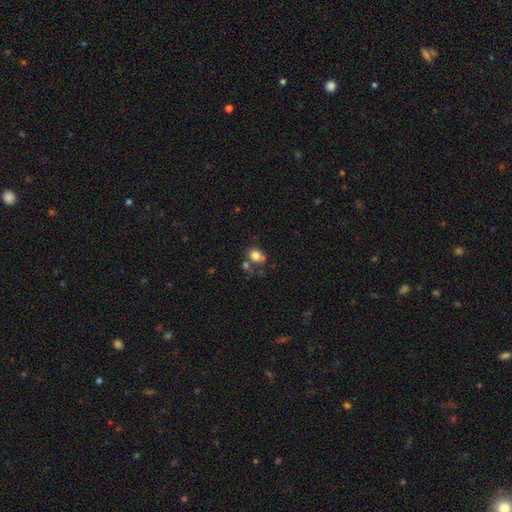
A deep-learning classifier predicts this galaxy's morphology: The model was most divided on "how rounded": round: 55%, in between: 44%, cigar-shaped: 1%. Remaining: smooth or featured — smooth (77%); merging — none (50%).